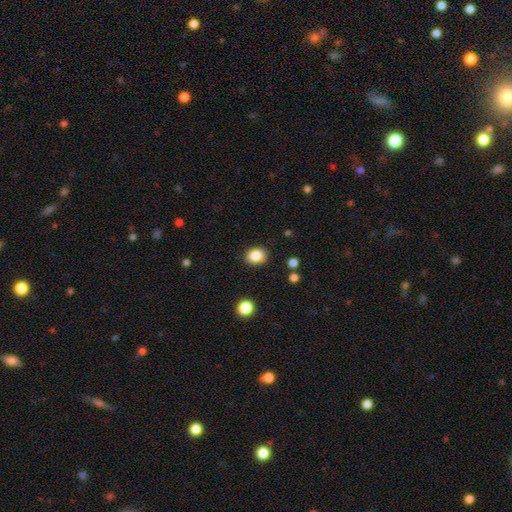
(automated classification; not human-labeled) Smooth or featured? Predicted: smooth (p=0.84). How rounded? Predicted: round (p=0.56). Merging? Predicted: none (p=0.86).